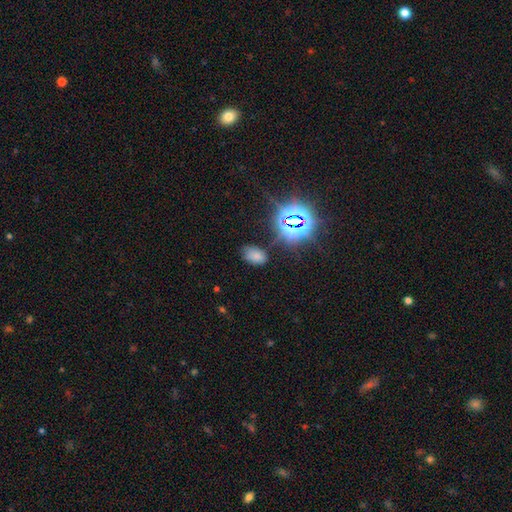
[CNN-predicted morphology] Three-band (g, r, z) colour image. It shows a smooth galaxy with no disk features (60%) that is in between round and cigar-shaped (90%). Merging: none (68%).